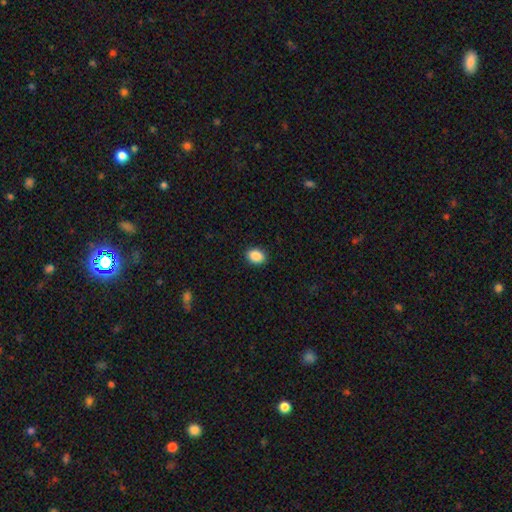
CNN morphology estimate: Smooth or featured? Predicted: smooth (p=0.89). How rounded? Predicted: in between (p=0.69). Merging? Predicted: none (p=0.90).